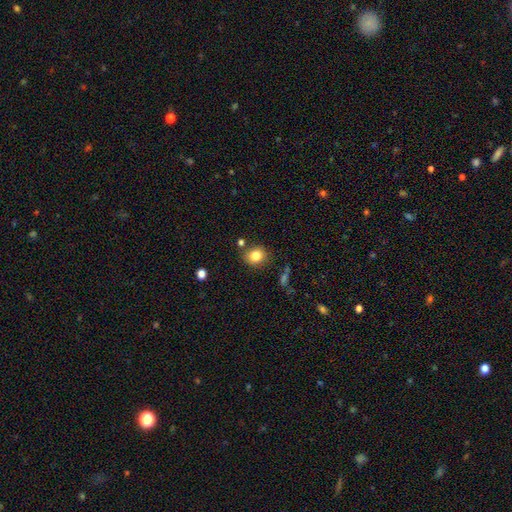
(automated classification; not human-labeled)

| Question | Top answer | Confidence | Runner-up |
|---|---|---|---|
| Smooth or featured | smooth | 82% | star or artifact (11%) |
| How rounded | round | 74% | in between (25%) |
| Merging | none | 81% | minor disturbance (10%) |